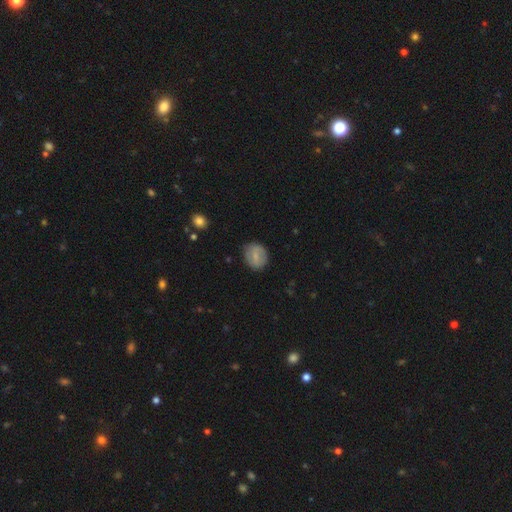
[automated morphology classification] Smooth or featured?
  - smooth: 68% *
  - featured or disk: 25%
  - star or artifact: 7%
How rounded?
  - round: 69% *
  - in between: 29%
  - cigar-shaped: 1%
Merging?
  - none: 83% *
  - minor disturbance: 12%
  - major disturbance: 3%
  - merger: 1%